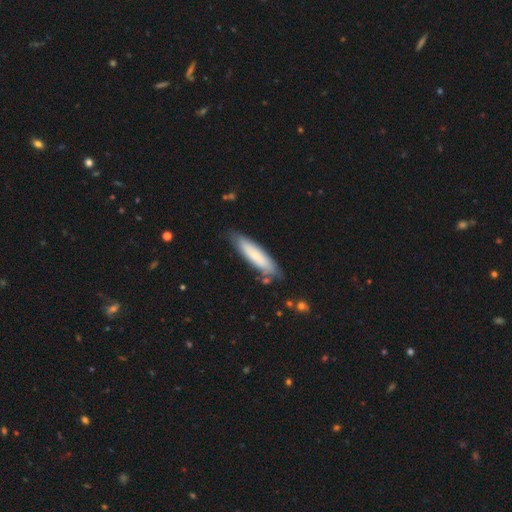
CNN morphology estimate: smooth_or_featured: smooth (p=0.72) [alt: featured or disk p=0.22]
how_rounded: cigar-shaped (p=0.72) [alt: in between p=0.26]
merging: none (p=0.79) [alt: minor disturbance p=0.15]